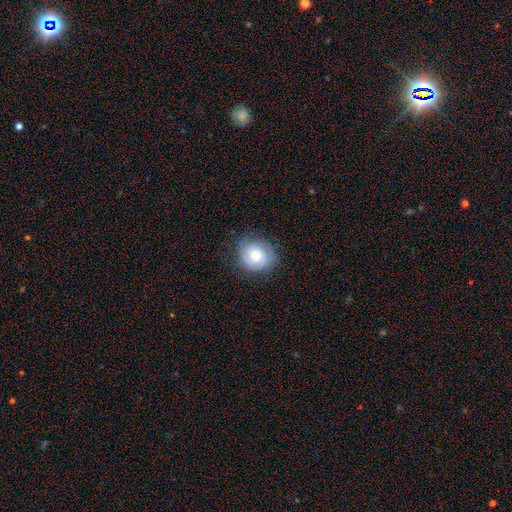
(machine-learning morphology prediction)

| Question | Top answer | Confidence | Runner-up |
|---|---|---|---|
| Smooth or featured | smooth | 53% | featured or disk (38%) |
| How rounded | round | 83% | in between (16%) |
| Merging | none | 76% | minor disturbance (17%) |